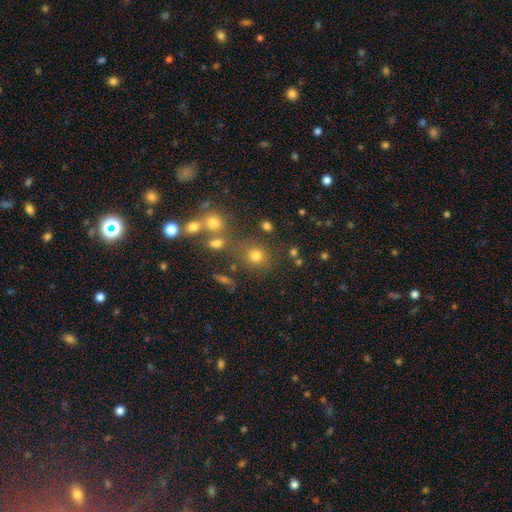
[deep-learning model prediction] Smooth or featured?
  - smooth: 71% *
  - star or artifact: 19%
  - featured or disk: 10%
How rounded?
  - round: 82% *
  - in between: 17%
  - cigar-shaped: 1%
Merging?
  - none: 67% *
  - merger: 16%
  - minor disturbance: 11%
  - major disturbance: 6%